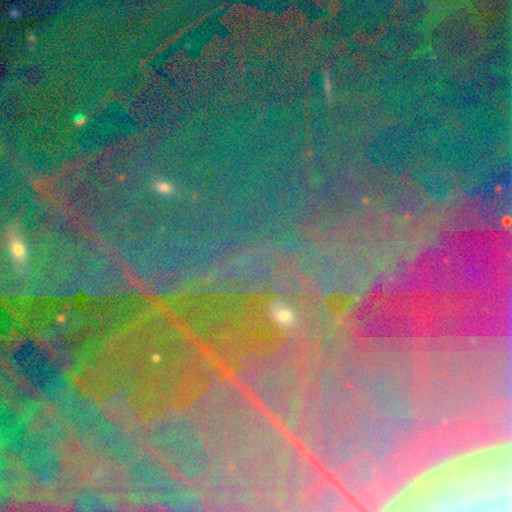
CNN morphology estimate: smooth-or-featured: star or artifact: 86% | featured or disk: 8% | smooth: 7%